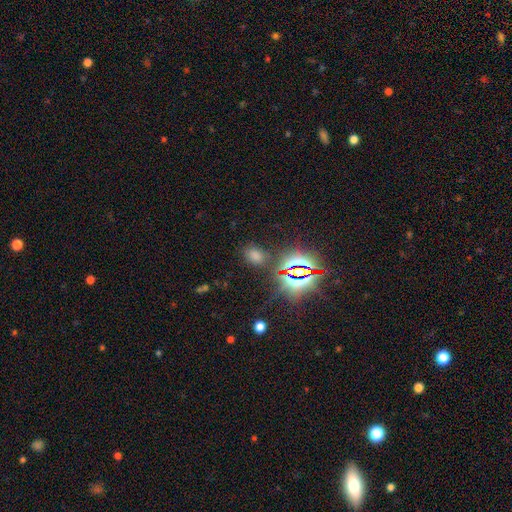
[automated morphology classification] smooth_or_featured: star or artifact (p=0.50) [alt: smooth p=0.43]